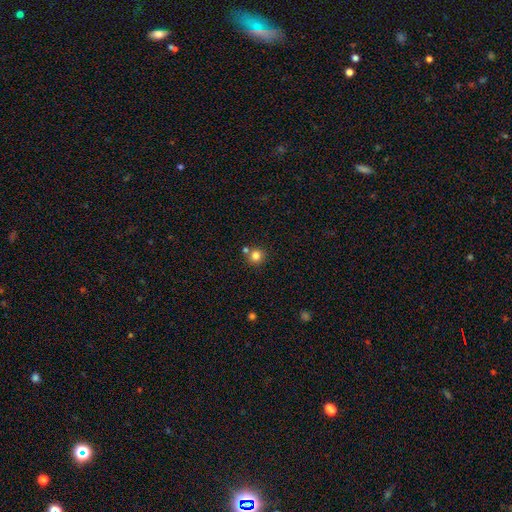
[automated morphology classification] This is clearly a smooth galaxy (81%). How rounded: clearly round (92%). Merging: likely none (72%).